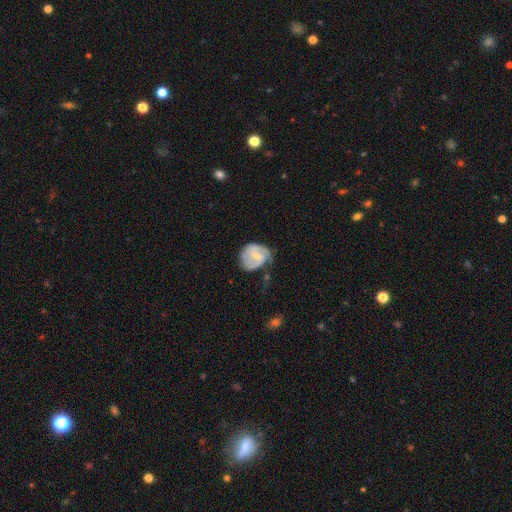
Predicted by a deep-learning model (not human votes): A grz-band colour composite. It shows a featured or disk galaxy (69%) with no bar (54%), 2 (55%) tight (42%) spiral arms (87%) and a moderate central bulge (49%). Merging: none (46%).